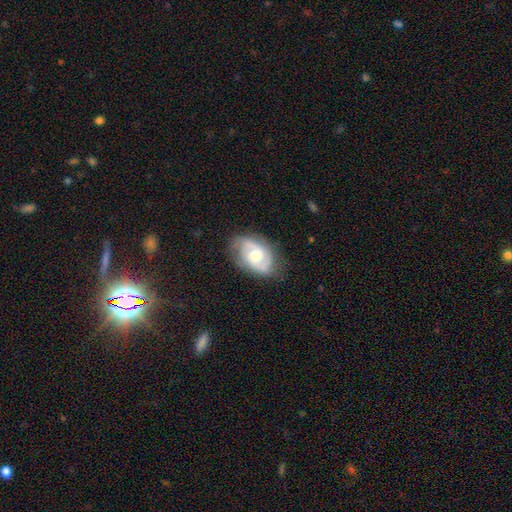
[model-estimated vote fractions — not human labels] smooth_or_featured: featured or disk (p=0.77) [alt: smooth p=0.17]
disk_edge_on: no (p=0.97) [alt: yes p=0.03]
bar: no (p=0.51) [alt: weak p=0.42]
has_spiral_arms: yes (p=0.94) [alt: no p=0.06]
spiral_winding: medium (p=0.49) [alt: tight p=0.36]
spiral_arm_count: 2 (p=0.77) [alt: can't tell p=0.10]
bulge_size: moderate (p=0.63) [alt: small p=0.22]
merging: none (p=0.75) [alt: minor disturbance p=0.18]